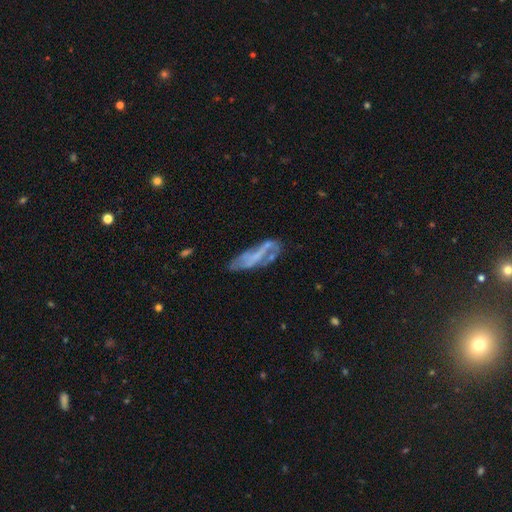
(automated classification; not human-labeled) This is possibly a featured or disk galaxy (58%). It is likely not viewed edge-on (75%). Merging: possibly none (47%).